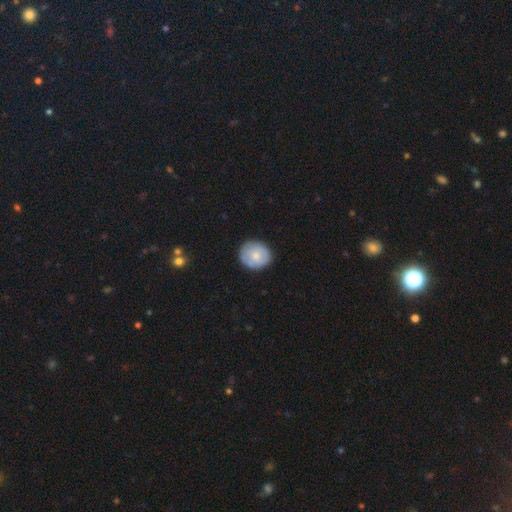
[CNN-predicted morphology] smooth-or-featured: smooth: 71% | featured or disk: 23% | star or artifact: 6%
  how-rounded: round: 79% | in between: 20% | cigar-shaped: 1%
  merging: none: 80% | minor disturbance: 15% | major disturbance: 3% | merger: 1%